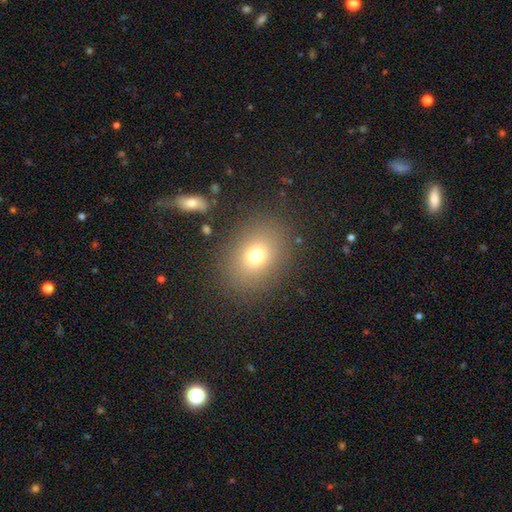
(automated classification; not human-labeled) Smooth or featured: smooth — 72% (star or artifact — 16%)
How rounded: in between — 52% (round — 47%)
Merging: none — 85% (minor disturbance — 9%)